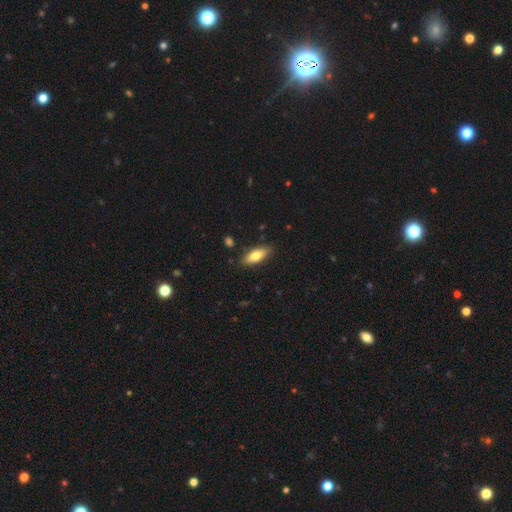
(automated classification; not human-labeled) smooth_or_featured: smooth (p=0.74) [alt: featured or disk p=0.19]
how_rounded: in between (p=0.71) [alt: cigar-shaped p=0.27]
merging: none (p=0.86) [alt: minor disturbance p=0.10]